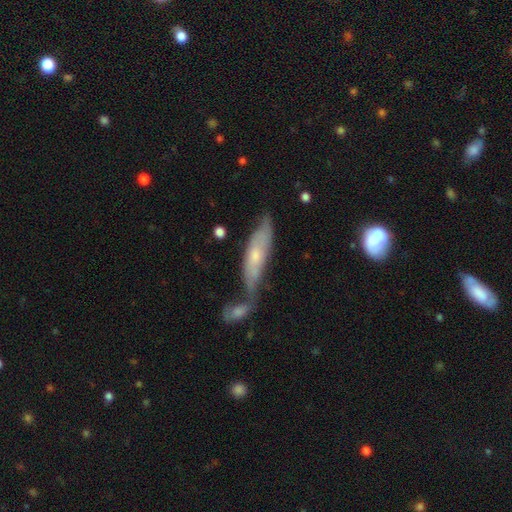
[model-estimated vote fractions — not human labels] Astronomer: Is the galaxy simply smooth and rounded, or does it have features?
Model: smooth — 49% (runner-up: featured or disk, 45%).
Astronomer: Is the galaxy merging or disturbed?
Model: merger — 37% (runner-up: none, 34%).